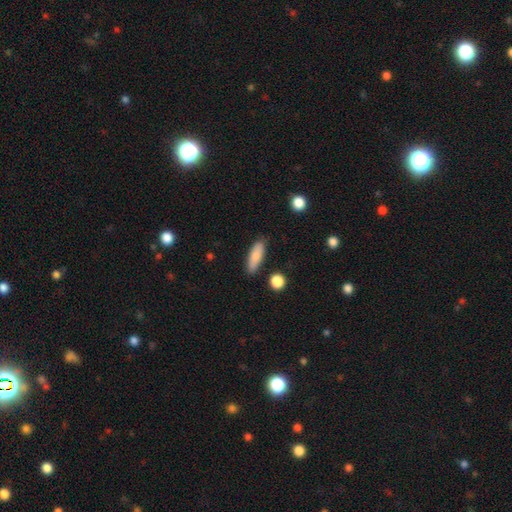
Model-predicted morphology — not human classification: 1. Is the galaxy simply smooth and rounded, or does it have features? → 82% smooth, 12% featured or disk, 6% star or artifact.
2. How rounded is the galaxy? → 49% cigar-shaped, 48% in between, 2% round.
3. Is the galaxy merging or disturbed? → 82% none, 13% minor disturbance, 3% merger, 2% major disturbance.